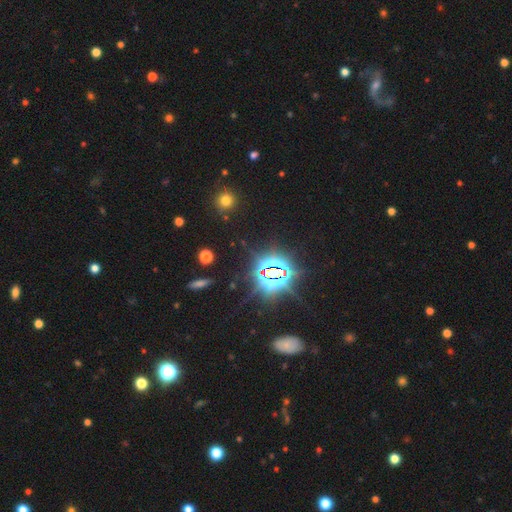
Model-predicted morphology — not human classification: This is likely a star or artifact rather than a galaxy (78%).